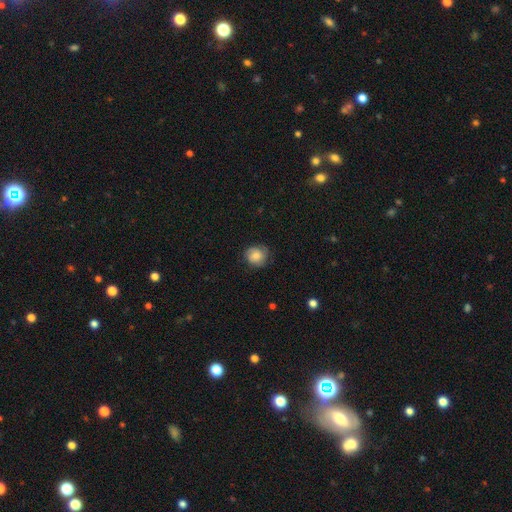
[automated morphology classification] A smooth galaxy with no disk features (70%) that is round (82%).

Vote fractions:
- Smooth or featured? smooth: 70% / featured or disk: 21% / star or artifact: 8%
- How rounded? round: 82% / in between: 17% / cigar-shaped: 1%
- Merging? none: 72% / minor disturbance: 20% / major disturbance: 6% / merger: 1%